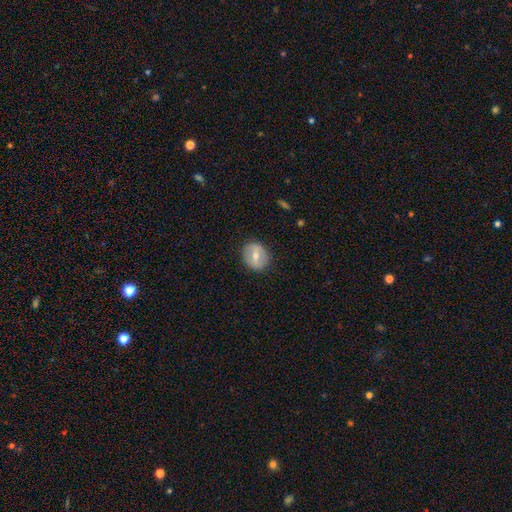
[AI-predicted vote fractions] smooth-or-featured: smooth: 50% | featured or disk: 43% | star or artifact: 7%
  how-rounded: round: 65% | in between: 34% | cigar-shaped: 1%
  merging: none: 86% | minor disturbance: 10% | major disturbance: 3% | merger: 1%